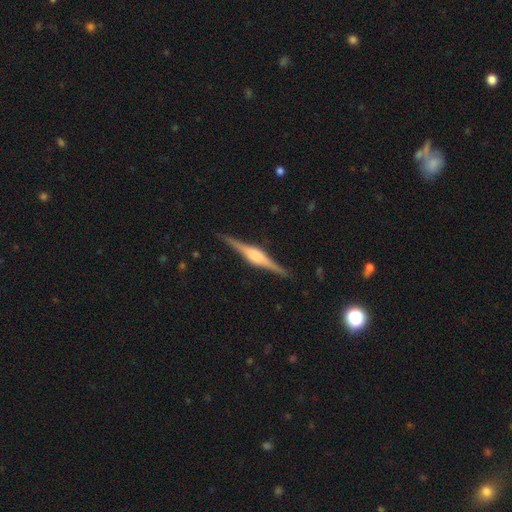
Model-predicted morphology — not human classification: Smooth or featured? featured or disk (83%)
Edge-on disk? yes (98%)
Edge-on bulge? rounded (64%)
Merging? none (89%)